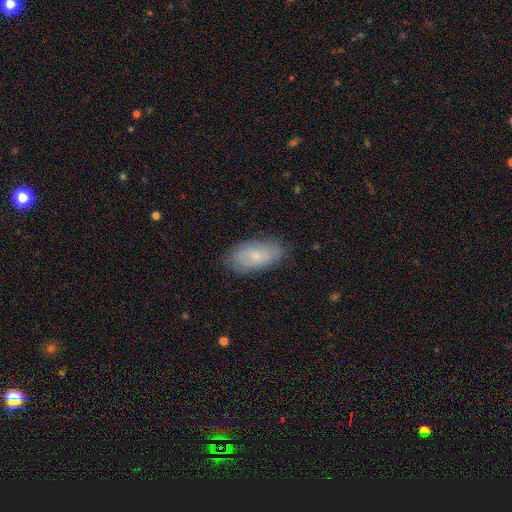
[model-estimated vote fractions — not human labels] The model was most divided on "smooth or featured": smooth: 55%, featured or disk: 38%, star or artifact: 8%. More confident: how rounded — in between (91%); merging — none (80%).